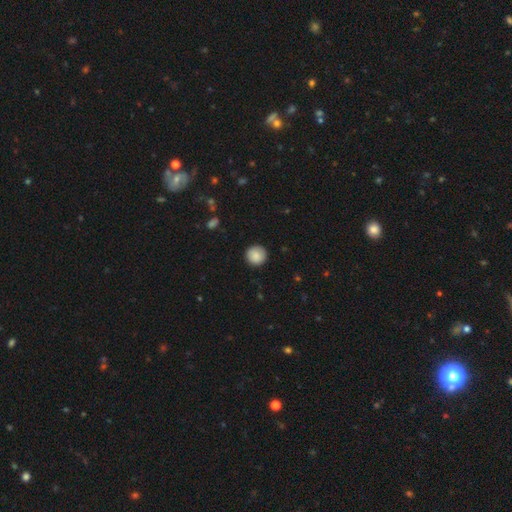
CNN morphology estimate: This appears to be a smooth galaxy with no disk features (88%) that is round (95%). Merging: none (90%).